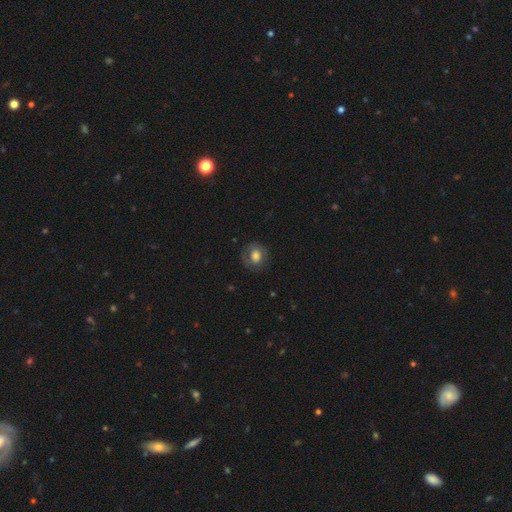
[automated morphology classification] Overall: smooth (67%). How rounded: round (74%). Merging: none (77%).